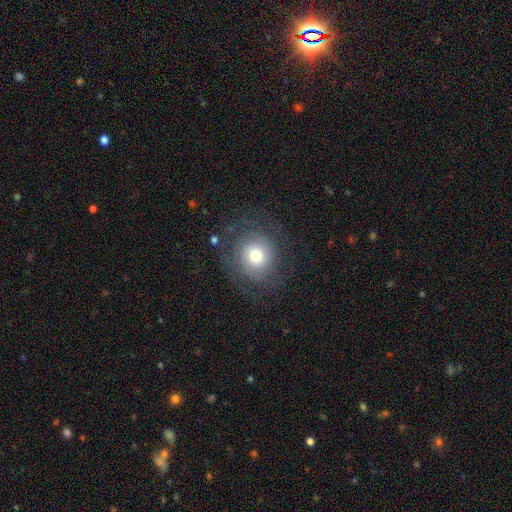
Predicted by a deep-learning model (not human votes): A featured or disk galaxy (48%). Merging: none (74%).